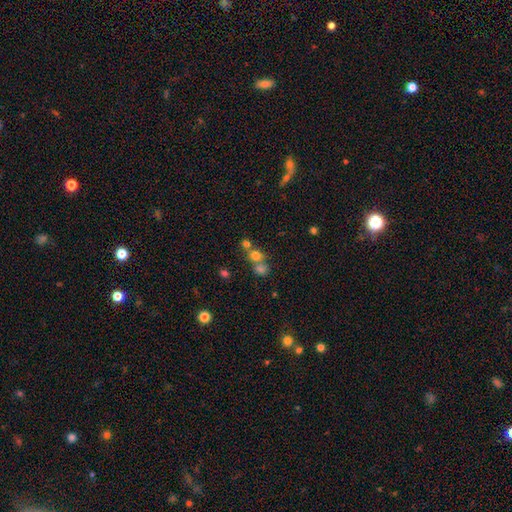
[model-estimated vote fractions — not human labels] smooth-or-featured: smooth: 69% | star or artifact: 19% | featured or disk: 12%
  how-rounded: round: 80% | in between: 19% | cigar-shaped: 1%
  merging: merger: 48% | none: 42% | minor disturbance: 6% | major disturbance: 4%